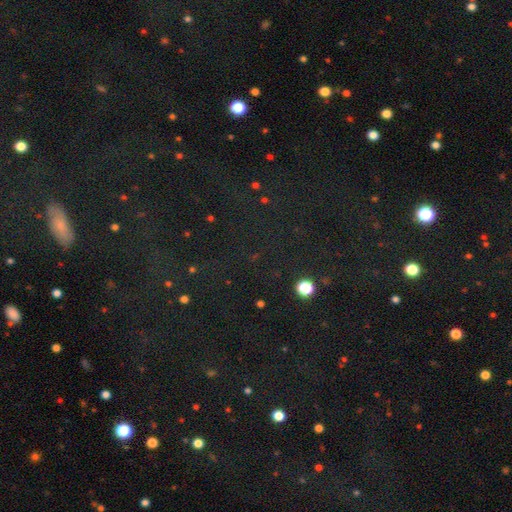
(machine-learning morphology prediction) This is likely a star or artifact rather than a galaxy (74%).